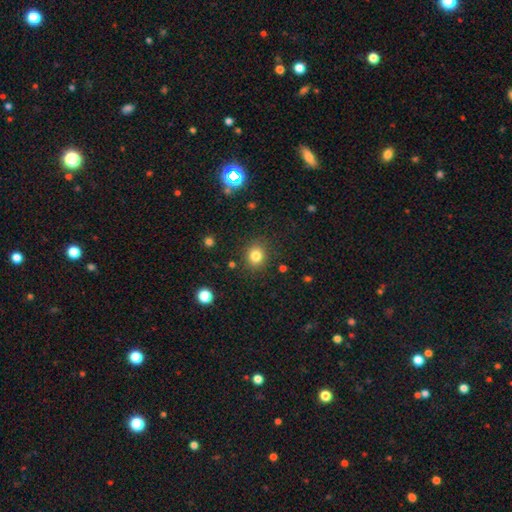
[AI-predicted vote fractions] The model was most divided on "how rounded": round: 78%, in between: 21%, cigar-shaped: 1%. More confident: merging — none (86%); smooth or featured — smooth (81%).